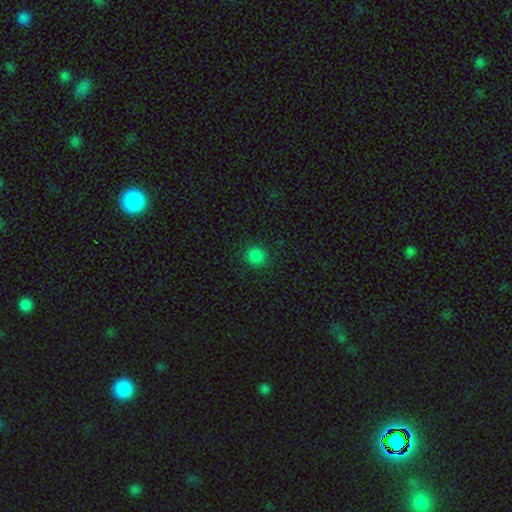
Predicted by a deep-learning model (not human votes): Overall: smooth (84%). How rounded: round (85%). Merging: none (88%).